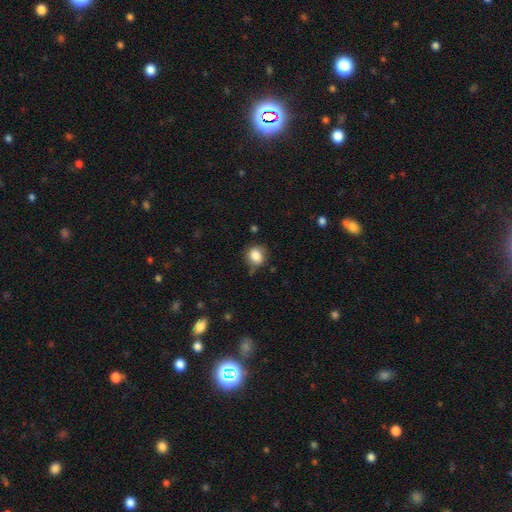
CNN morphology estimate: The model was most divided on "how rounded": round: 64%, in between: 35%, cigar-shaped: 1%. More confident: smooth or featured — smooth (83%); merging — none (71%).